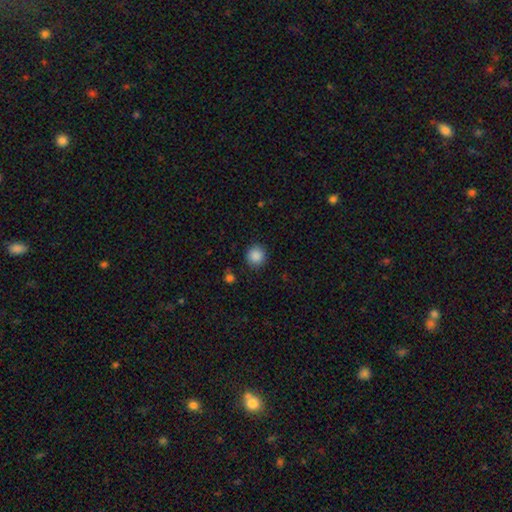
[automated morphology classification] This is clearly a smooth galaxy (88%). How rounded: clearly round (92%). Merging: clearly none (89%).